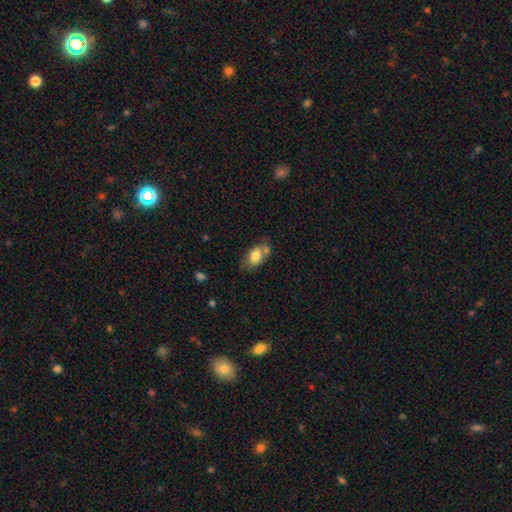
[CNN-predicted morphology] A smooth galaxy with no disk features (76%) that is in between round and cigar-shaped (89%). Merging: none (49%).